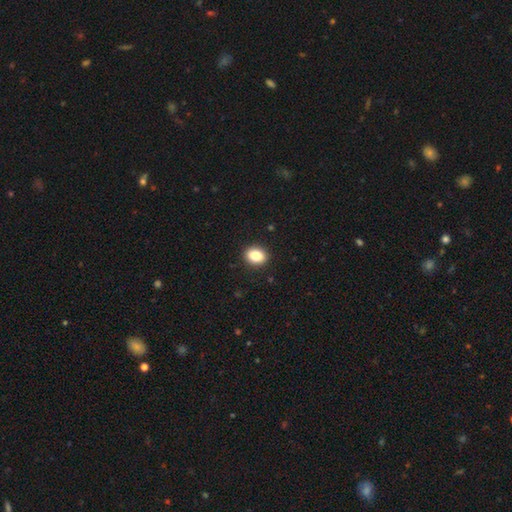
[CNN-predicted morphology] Overall: smooth (83%). How rounded: in between (56%; round 43%). Merging: none (91%).